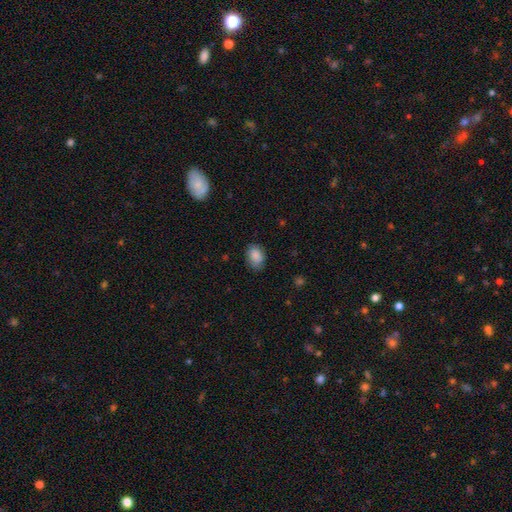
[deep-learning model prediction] smooth_or_featured: smooth (p=0.87) [alt: star or artifact p=0.07]
how_rounded: in between (p=0.81) [alt: round p=0.18]
merging: none (p=0.75) [alt: minor disturbance p=0.20]